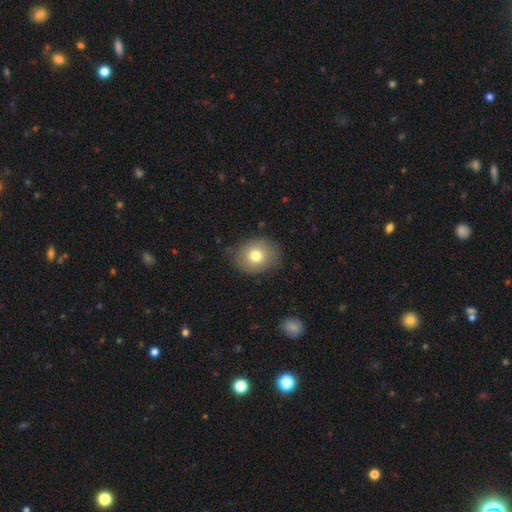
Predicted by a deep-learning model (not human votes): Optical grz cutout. It shows a smooth galaxy with no disk features (76%) that is round (60%). Merging: none (80%).